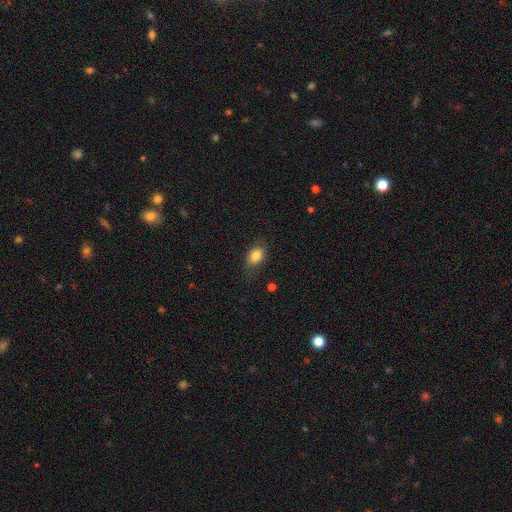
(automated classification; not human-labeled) smooth_or_featured: smooth (p=0.83) [alt: featured or disk p=0.09]
how_rounded: in between (p=0.81) [alt: round p=0.17]
merging: none (p=0.73) [alt: minor disturbance p=0.20]